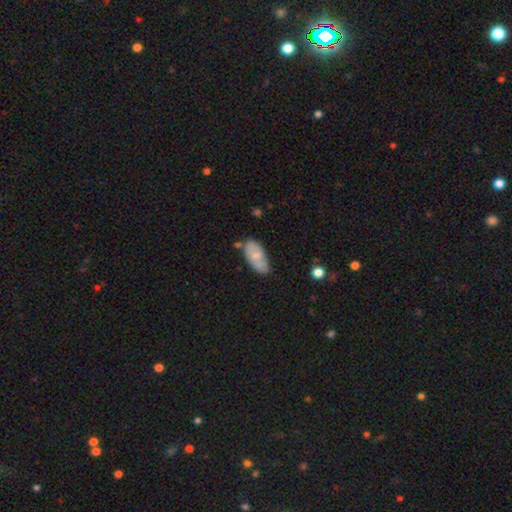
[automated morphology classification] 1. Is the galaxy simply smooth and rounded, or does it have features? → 66% smooth, 28% featured or disk, 6% star or artifact.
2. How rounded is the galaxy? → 91% in between, 6% cigar-shaped, 3% round.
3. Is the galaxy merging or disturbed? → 53% none, 32% minor disturbance, 7% major disturbance, 7% merger.